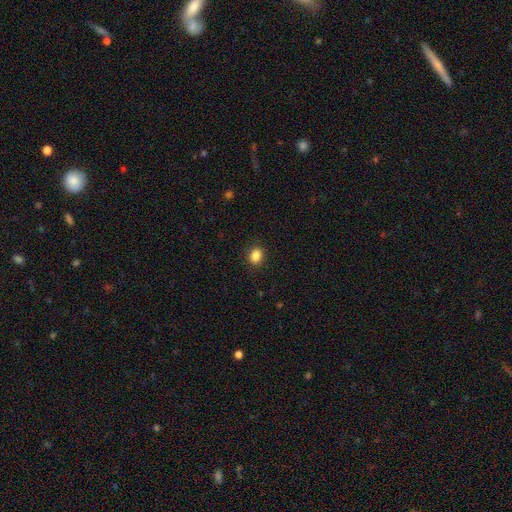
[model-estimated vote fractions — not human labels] Smooth or featured? smooth (86%)
How rounded? in between (50%)
Merging? none (89%)